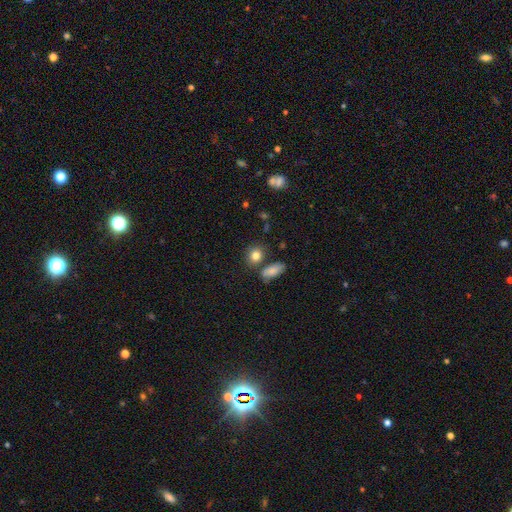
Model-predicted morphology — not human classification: smooth 83%, star or artifact 9%, featured or disk 8%. Down the decision tree: how rounded — round (54%); merging — none (71%).